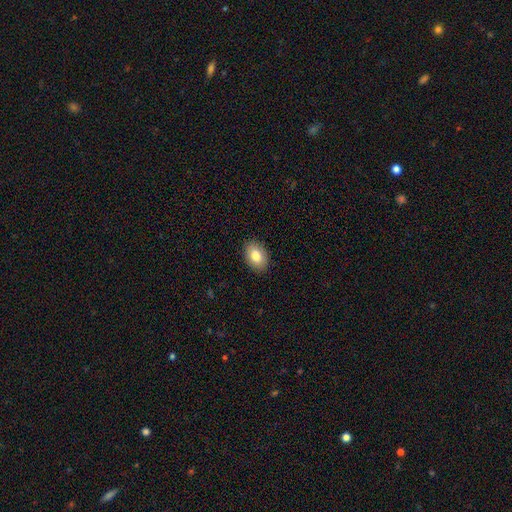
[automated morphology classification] smooth 82%, featured or disk 10%, star or artifact 7%. Down the decision tree: how rounded — in between (83%); merging — none (89%).